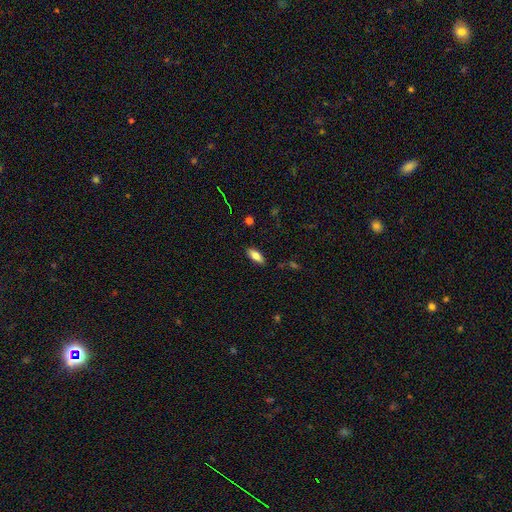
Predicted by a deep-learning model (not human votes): Q: Smooth or featured?
A: smooth (75%); runner-up: featured or disk (18%)
Q: How rounded?
A: in between (75%); runner-up: cigar-shaped (23%)
Q: Merging?
A: none (86%); runner-up: minor disturbance (11%)